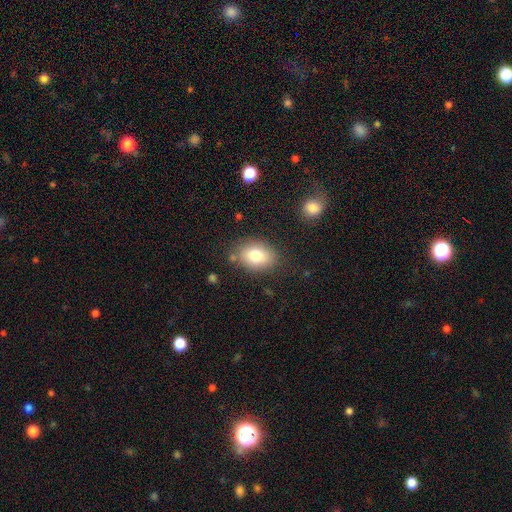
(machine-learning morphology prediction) This appears to be a smooth galaxy with no disk features (78%) that is in between round and cigar-shaped (69%). Merging: none (79%).